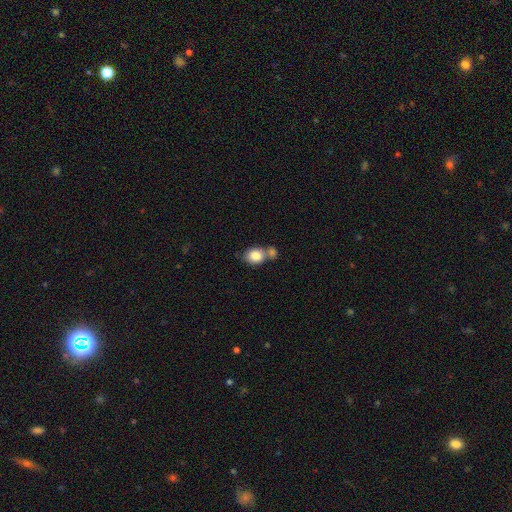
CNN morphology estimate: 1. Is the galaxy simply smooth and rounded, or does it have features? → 83% smooth, 9% featured or disk, 8% star or artifact.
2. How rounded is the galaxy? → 50% in between, 49% round, 1% cigar-shaped.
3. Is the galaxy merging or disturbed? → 46% merger, 40% none, 11% minor disturbance, 4% major disturbance.